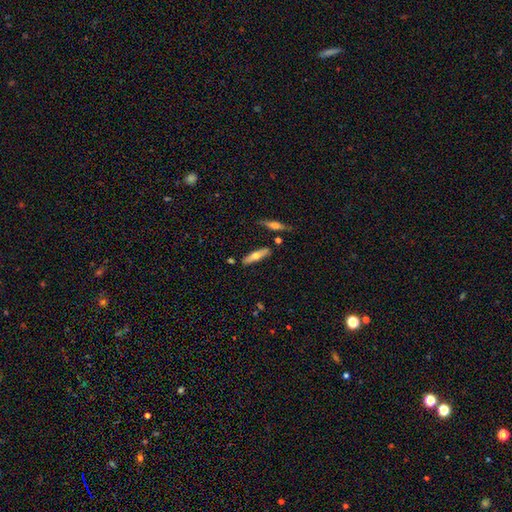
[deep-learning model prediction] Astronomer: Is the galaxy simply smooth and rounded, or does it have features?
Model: smooth — 49% (runner-up: featured or disk, 45%).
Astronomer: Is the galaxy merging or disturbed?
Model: none — 80%.